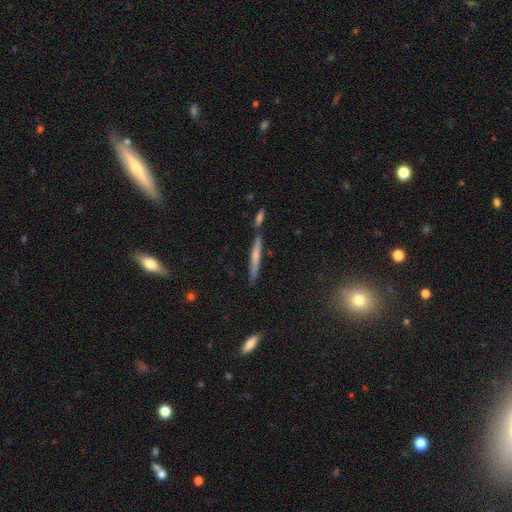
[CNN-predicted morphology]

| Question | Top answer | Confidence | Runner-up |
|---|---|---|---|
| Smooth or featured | smooth | 53% | featured or disk (38%) |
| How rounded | cigar-shaped | 94% | in between (4%) |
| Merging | none | 75% | minor disturbance (12%) |